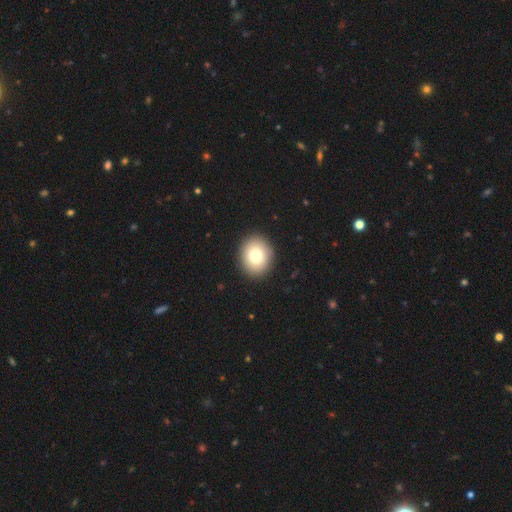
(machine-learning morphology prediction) Smooth or featured: smooth — 79% (featured or disk — 11%)
How rounded: round — 65% (in between — 34%)
Merging: none — 91% (minor disturbance — 6%)